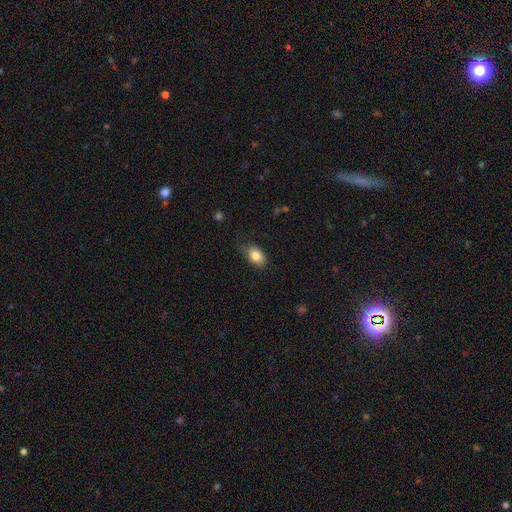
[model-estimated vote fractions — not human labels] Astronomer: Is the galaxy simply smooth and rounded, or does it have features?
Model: smooth — 83%.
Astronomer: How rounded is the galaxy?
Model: in between — 84%.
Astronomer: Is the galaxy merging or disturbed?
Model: none — 72%.